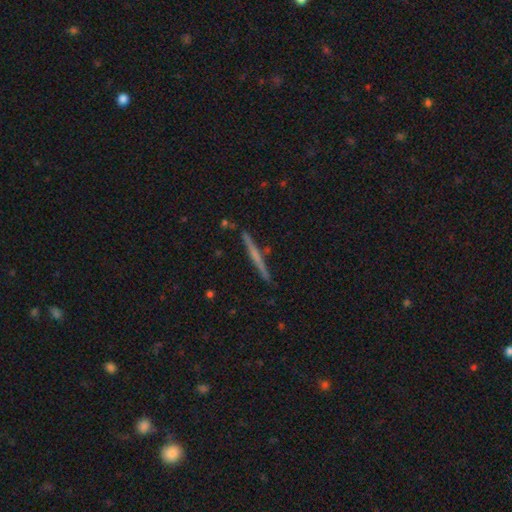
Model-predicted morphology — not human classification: Q: Smooth or featured?
A: featured or disk (62%); runner-up: smooth (32%)
Q: Edge-on disk?
A: yes (98%); runner-up: no (2%)
Q: Edge-on bulge?
A: none (63%); runner-up: rounded (29%)
Q: Merging?
A: none (90%); runner-up: minor disturbance (7%)